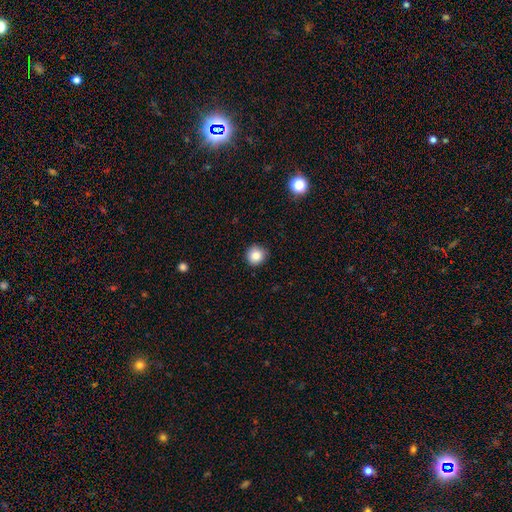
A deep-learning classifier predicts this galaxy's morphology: The model was most divided on "smooth or featured": smooth: 85%, star or artifact: 10%, featured or disk: 5%. More confident: how rounded — round (93%); merging — none (88%).